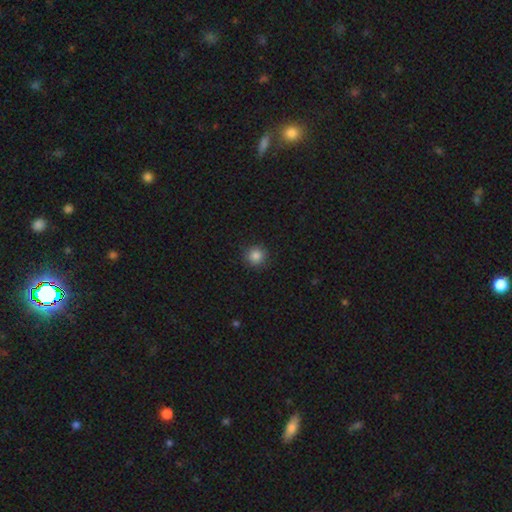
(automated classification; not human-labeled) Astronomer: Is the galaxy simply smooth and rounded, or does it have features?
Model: smooth — 85%.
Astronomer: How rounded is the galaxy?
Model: round — 94%.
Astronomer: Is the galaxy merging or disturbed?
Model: none — 91%.